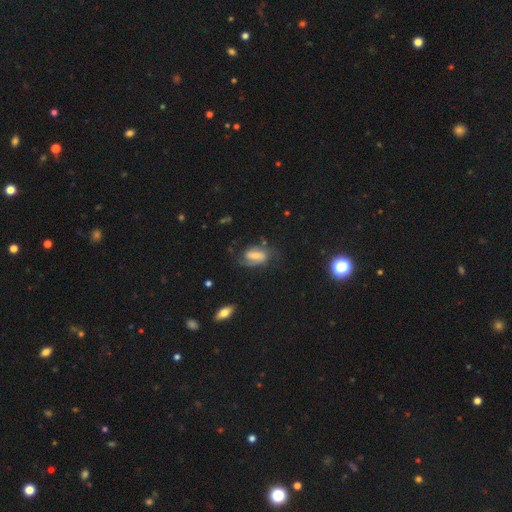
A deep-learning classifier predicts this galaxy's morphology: This is likely a featured or disk galaxy (70%). It is clearly not viewed edge-on (95%). Bar: marginally weak (42%). Spiral arm pattern: clearly yes (91%). Spiral arm count: likely 2 (74%). Spiral winding: possibly medium (46%). Central bulge: marginally small (33%). Merging: likely none (61%).